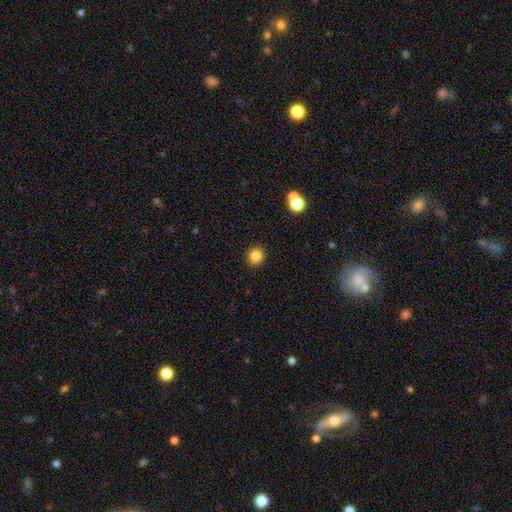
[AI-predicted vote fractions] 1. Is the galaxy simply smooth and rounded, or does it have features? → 84% smooth, 11% star or artifact, 5% featured or disk.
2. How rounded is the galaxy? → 88% round, 11% in between, 1% cigar-shaped.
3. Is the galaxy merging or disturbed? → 91% none, 5% minor disturbance, 2% major disturbance, 2% merger.